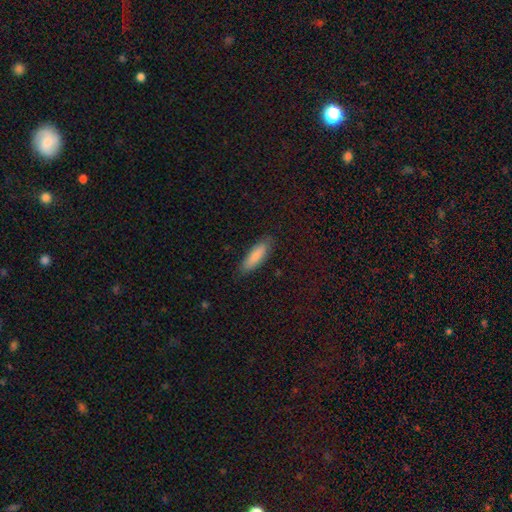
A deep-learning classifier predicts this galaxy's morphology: Smooth or featured? Predicted: smooth (p=0.83). How rounded? Predicted: cigar-shaped (p=0.52). Merging? Predicted: none (p=0.85).